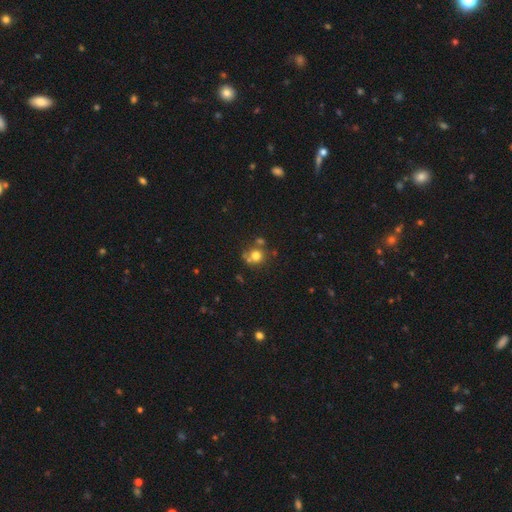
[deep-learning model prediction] A smooth galaxy with no disk features (72%) that is round (87%).

Vote fractions:
- Smooth or featured? smooth: 72% / star or artifact: 16% / featured or disk: 13%
- How rounded? round: 87% / in between: 12% / cigar-shaped: 1%
- Merging? none: 61% / merger: 24% / minor disturbance: 11% / major disturbance: 5%